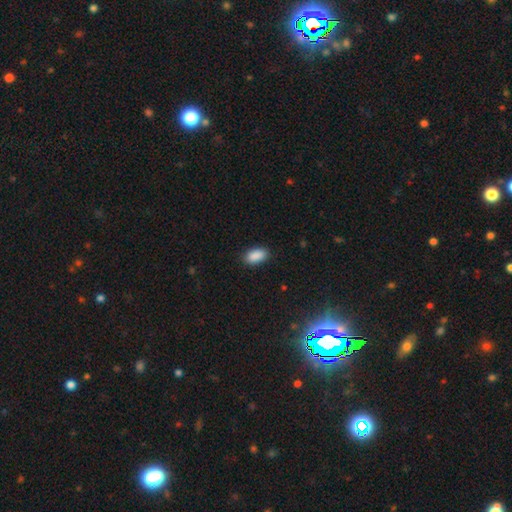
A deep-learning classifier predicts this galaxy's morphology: A smooth galaxy with no disk features (90%) that is in between round and cigar-shaped (93%). Merging: none (87%).